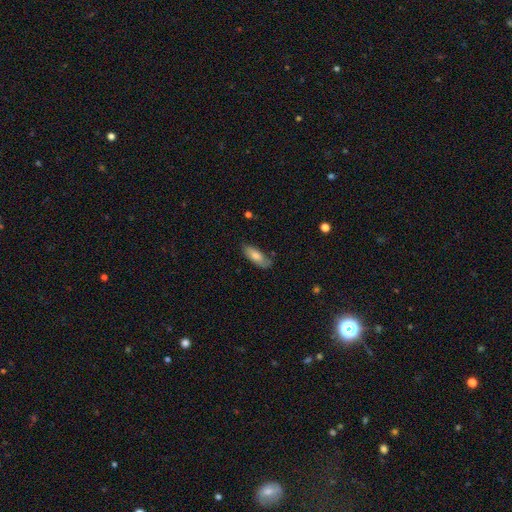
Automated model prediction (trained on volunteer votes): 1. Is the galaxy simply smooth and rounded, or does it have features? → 76% smooth, 17% featured or disk, 6% star or artifact.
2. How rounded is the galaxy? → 72% in between, 26% cigar-shaped, 2% round.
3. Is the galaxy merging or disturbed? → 72% none, 22% minor disturbance, 4% major disturbance, 2% merger.